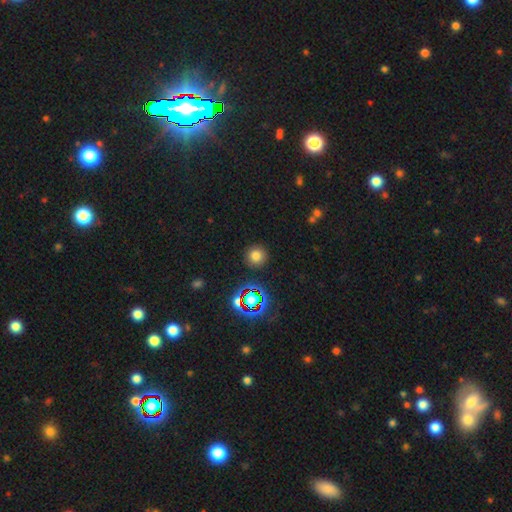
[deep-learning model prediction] A smooth galaxy with no disk features (74%) that is round (94%).

Vote fractions:
- Smooth or featured? smooth: 74% / star or artifact: 19% / featured or disk: 7%
- How rounded? round: 94% / in between: 5% / cigar-shaped: 1%
- Merging? none: 89% / minor disturbance: 6% / major disturbance: 3% / merger: 2%